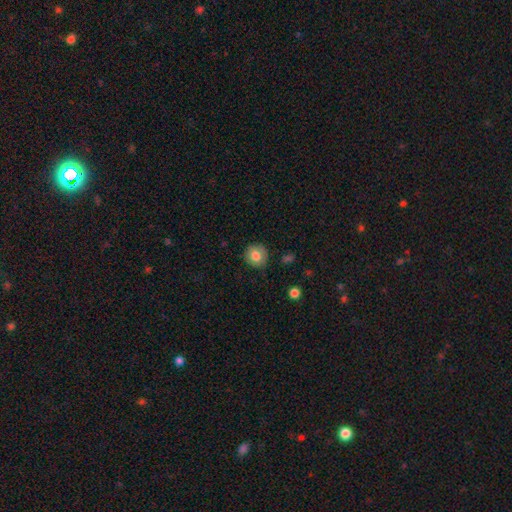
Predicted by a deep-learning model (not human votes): Overall: smooth (81%). How rounded: round (89%). Merging: none (85%).